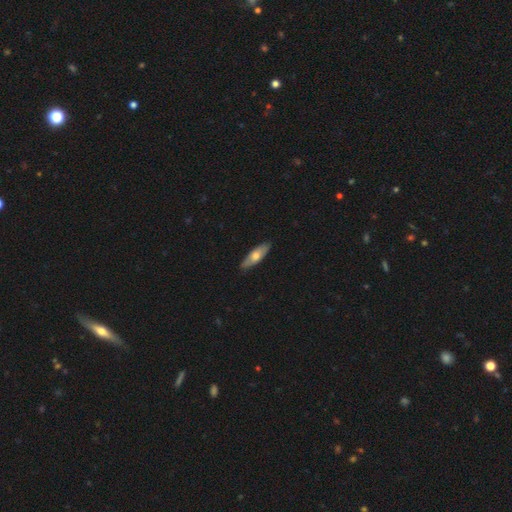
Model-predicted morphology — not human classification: Q: Smooth or featured?
A: smooth (56%); runner-up: featured or disk (39%)
Q: How rounded?
A: in between (51%); runner-up: cigar-shaped (47%)
Q: Merging?
A: none (85%); runner-up: minor disturbance (12%)